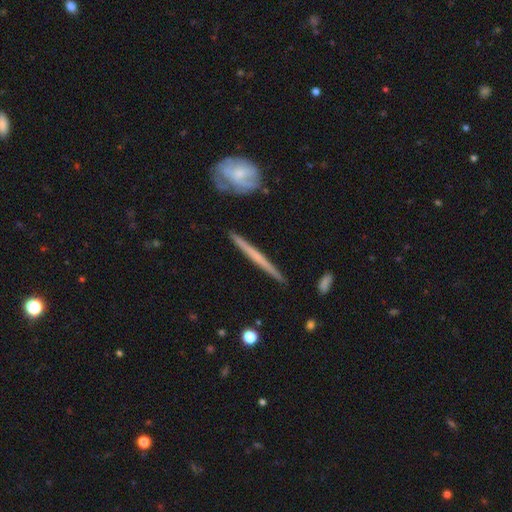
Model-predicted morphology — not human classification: type=featured or disk (58%); edge-on=yes (96%); edge-on bulge=none (82%); merging=none (89%).